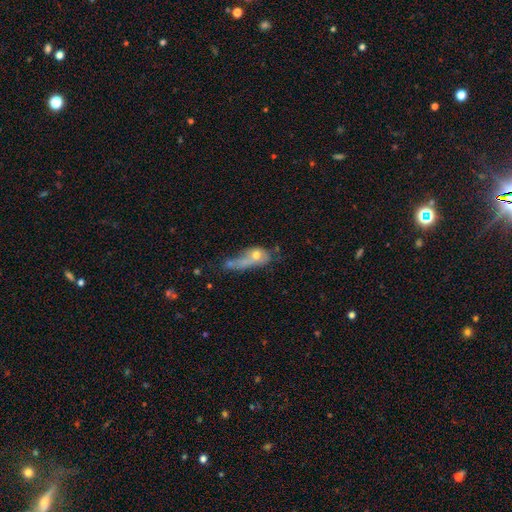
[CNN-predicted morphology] Overall: smooth (55%; featured or disk 33%). How rounded: in between (57%; cigar-shaped 24%). Merging: major disturbance (35%; merger 31%).